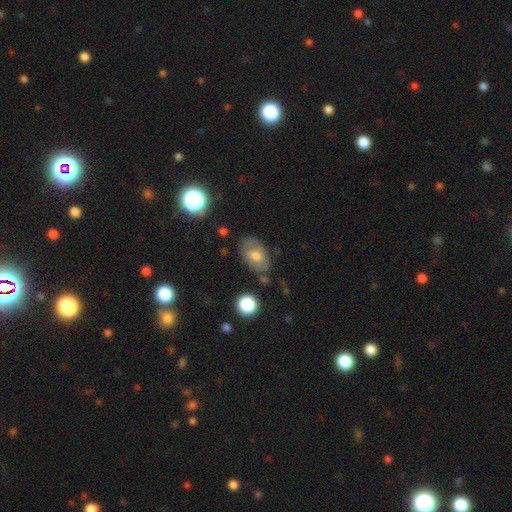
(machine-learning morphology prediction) Smooth or featured?
  - smooth: 50% *
  - featured or disk: 40%
  - star or artifact: 10%
Merging?
  - none: 69% *
  - minor disturbance: 21%
  - major disturbance: 7%
  - merger: 4%